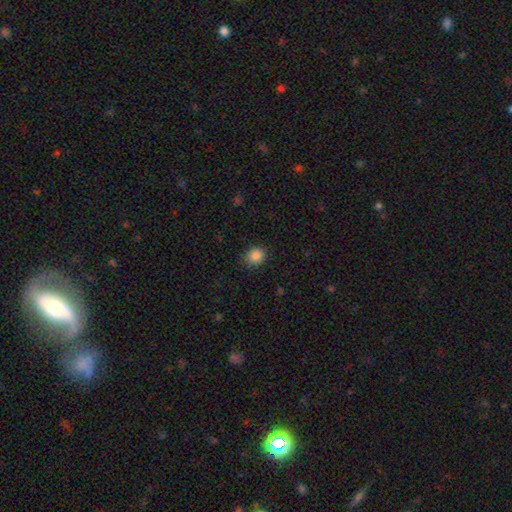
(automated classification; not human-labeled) This appears to be a smooth galaxy with no disk features (86%) that is round (63%). Merging: none (85%).